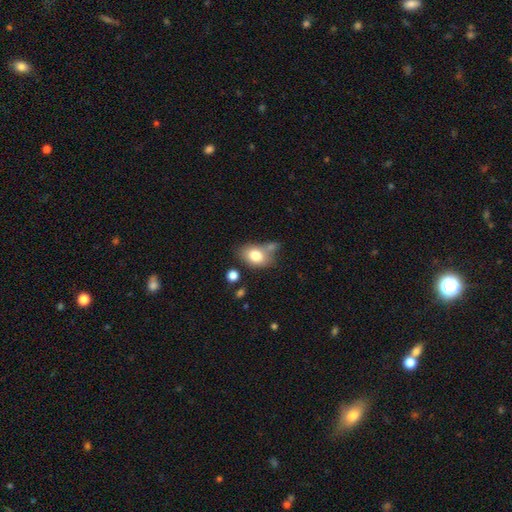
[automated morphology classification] Overall: smooth (78%). How rounded: in between (79%). Merging: none (51%; minor disturbance 22%).